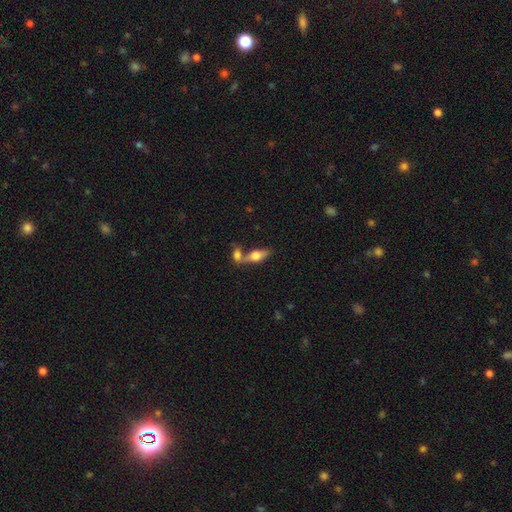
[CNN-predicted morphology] Smooth or featured? Predicted: smooth (p=0.46). Merging? Predicted: none (p=0.46).